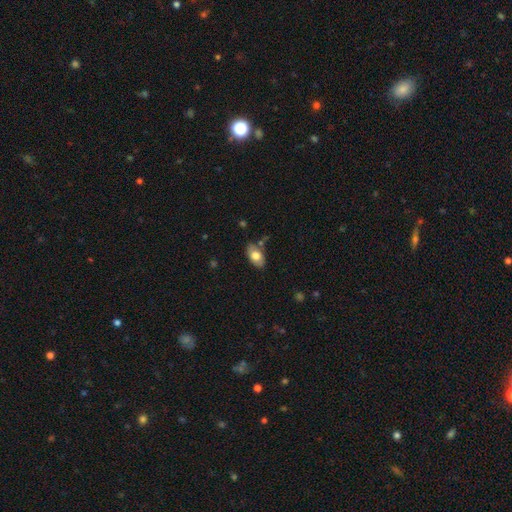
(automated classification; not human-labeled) Smooth or featured?
  - smooth: 75% *
  - featured or disk: 19%
  - star or artifact: 7%
How rounded?
  - in between: 92% *
  - round: 6%
  - cigar-shaped: 2%
Merging?
  - none: 74% *
  - minor disturbance: 18%
  - merger: 5%
  - major disturbance: 4%